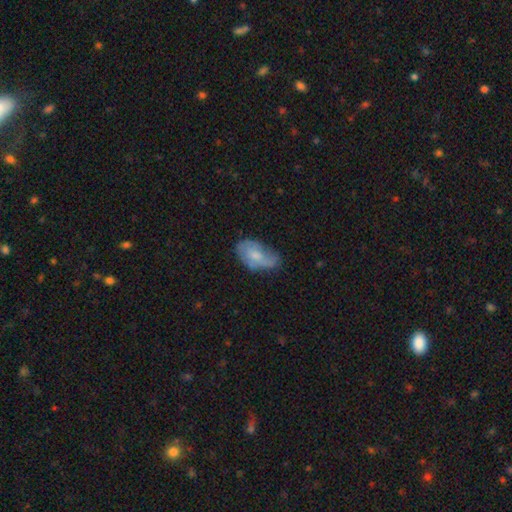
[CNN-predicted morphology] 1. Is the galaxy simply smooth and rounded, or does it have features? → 54% smooth, 39% featured or disk, 7% star or artifact.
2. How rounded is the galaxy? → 92% in between, 5% round, 3% cigar-shaped.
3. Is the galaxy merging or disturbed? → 51% none, 33% minor disturbance, 14% major disturbance, 2% merger.